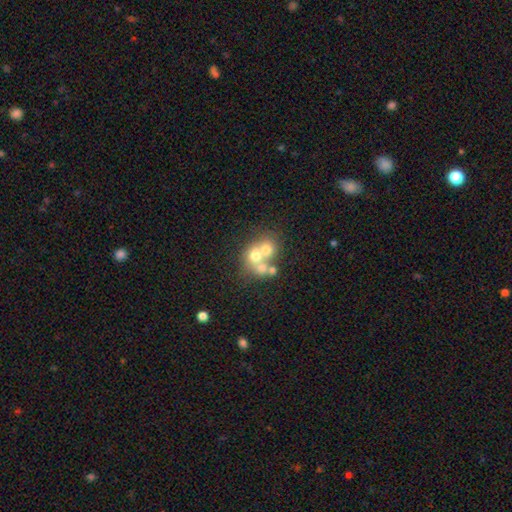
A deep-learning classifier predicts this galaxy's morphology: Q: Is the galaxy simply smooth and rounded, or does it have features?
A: smooth — 56%.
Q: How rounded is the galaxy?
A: round — 76%.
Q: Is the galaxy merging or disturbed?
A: merger — 60%.